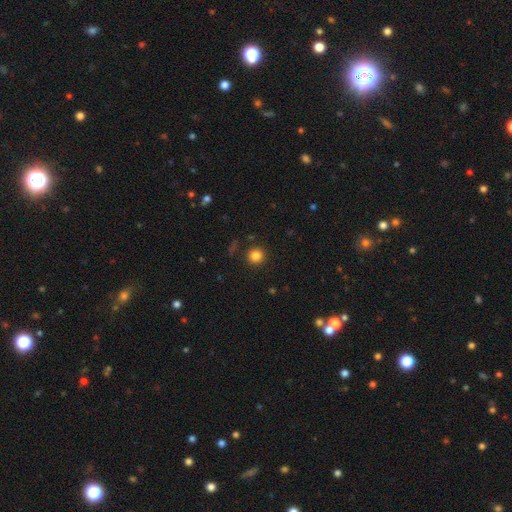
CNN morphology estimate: smooth 83%, star or artifact 12%, featured or disk 5%. Down the decision tree: how rounded — round (94%); merging — none (90%).